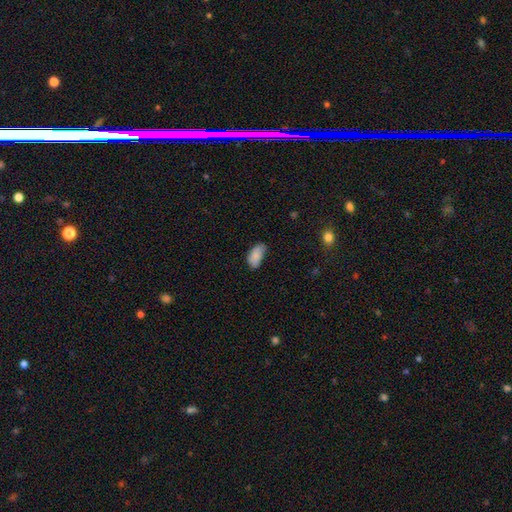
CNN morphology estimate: This appears to be a smooth galaxy with no disk features (83%) that is in between round and cigar-shaped (93%). Merging: none (55%).